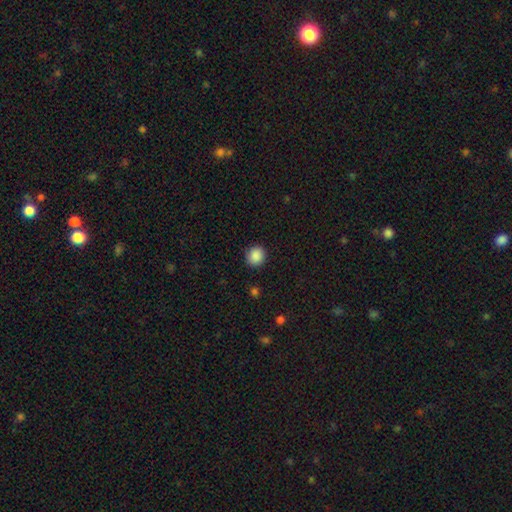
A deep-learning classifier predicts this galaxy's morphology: smooth 88%, star or artifact 9%, featured or disk 3%. Down the decision tree: how rounded — round (88%); merging — none (90%).